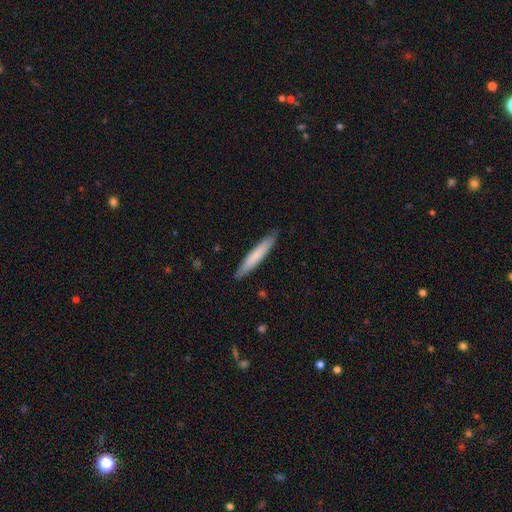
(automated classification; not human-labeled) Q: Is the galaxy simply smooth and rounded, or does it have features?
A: smooth — 72%.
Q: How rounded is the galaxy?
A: cigar-shaped — 94%.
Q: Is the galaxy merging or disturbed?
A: none — 89%.